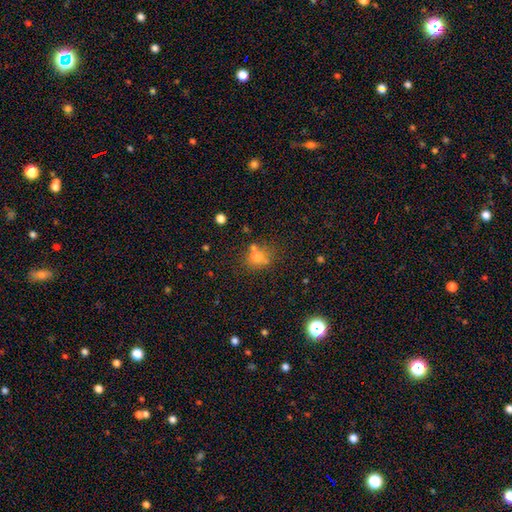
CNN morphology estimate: Smooth or featured? smooth (67%)
How rounded? round (68%)
Merging? none (57%)